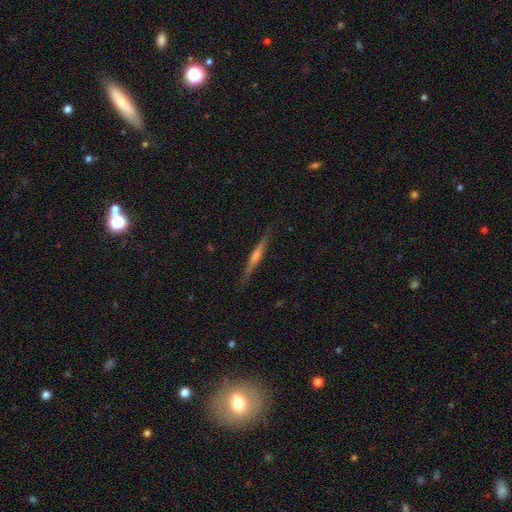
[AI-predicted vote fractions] smooth_or_featured: featured or disk (p=0.68) [alt: smooth p=0.25]
disk_edge_on: yes (p=0.98) [alt: no p=0.02]
edge_on_bulge: rounded (p=0.65) [alt: none p=0.19]
merging: none (p=0.89) [alt: minor disturbance p=0.08]